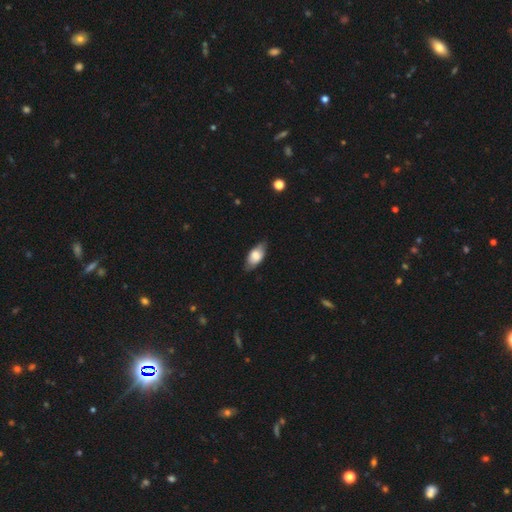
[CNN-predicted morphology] Smooth or featured? smooth (69%)
How rounded? in between (87%)
Merging? none (77%)